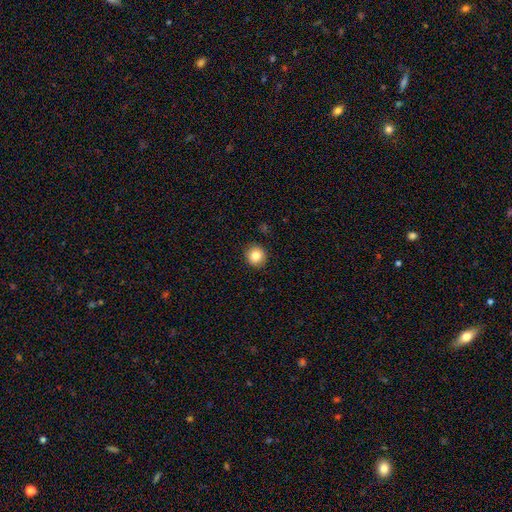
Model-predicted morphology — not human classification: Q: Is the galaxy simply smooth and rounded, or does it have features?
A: smooth — 84%.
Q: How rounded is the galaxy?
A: round — 92%.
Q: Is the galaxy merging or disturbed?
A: none — 92%.